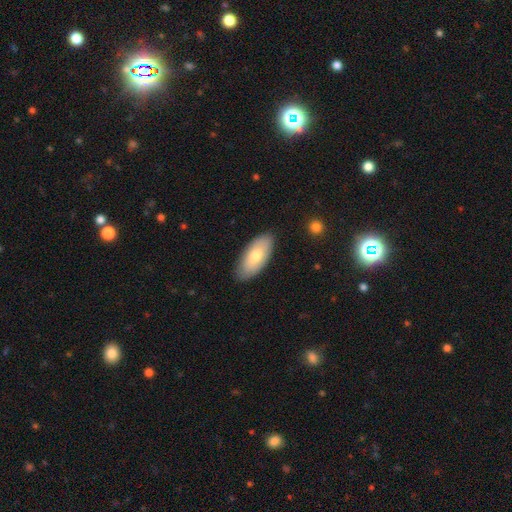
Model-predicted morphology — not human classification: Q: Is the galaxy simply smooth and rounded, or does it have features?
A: smooth — 73%.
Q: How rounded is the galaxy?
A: in between — 90%.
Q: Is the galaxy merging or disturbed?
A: none — 85%.